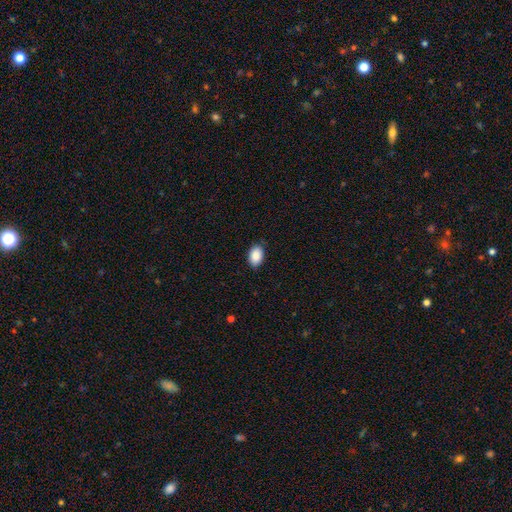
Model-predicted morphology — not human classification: This is clearly a smooth galaxy (89%). How rounded: clearly in between (87%). Merging: clearly none (85%).